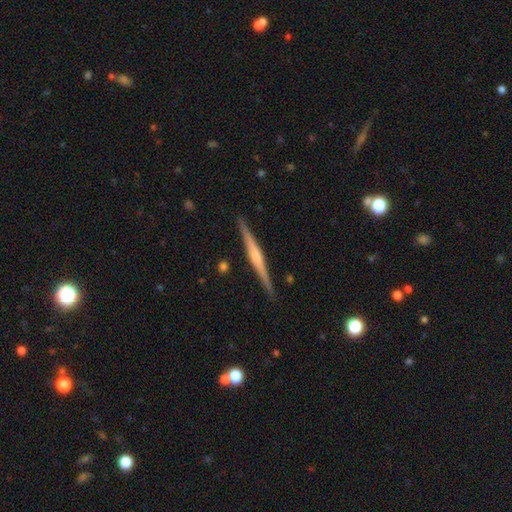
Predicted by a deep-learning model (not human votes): The model was most divided on "edge-on bulge": rounded: 62%, none: 20%, boxy: 19%. More confident: edge-on disk — yes (98%); merging — none (91%); smooth or featured — featured or disk (75%).